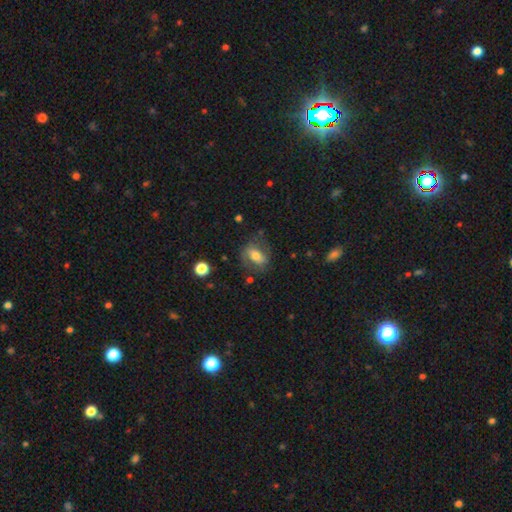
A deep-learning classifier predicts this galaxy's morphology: smooth-or-featured: smooth: 46% | featured or disk: 45% | star or artifact: 9%
  merging: none: 65% | minor disturbance: 20% | major disturbance: 13% | merger: 2%